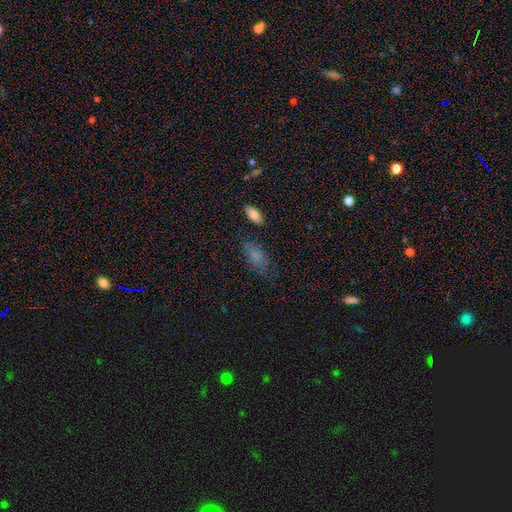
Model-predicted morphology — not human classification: smooth_or_featured: smooth (p=0.69) [alt: featured or disk p=0.17]
how_rounded: in between (p=0.85) [alt: cigar-shaped p=0.11]
merging: none (p=0.65) [alt: minor disturbance p=0.23]